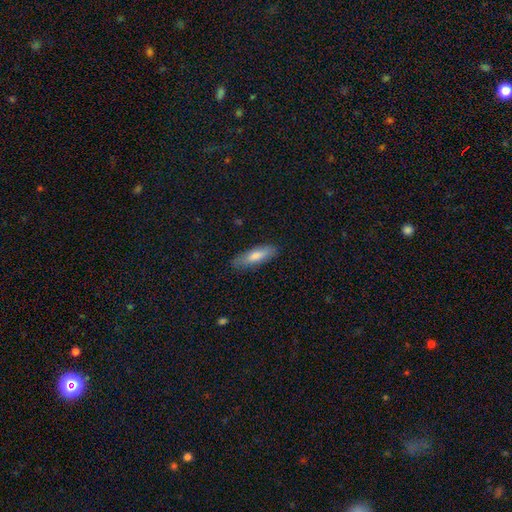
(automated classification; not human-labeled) smooth_or_featured: smooth (p=0.72) [alt: featured or disk p=0.22]
how_rounded: cigar-shaped (p=0.56) [alt: in between p=0.42]
merging: none (p=0.86) [alt: minor disturbance p=0.11]